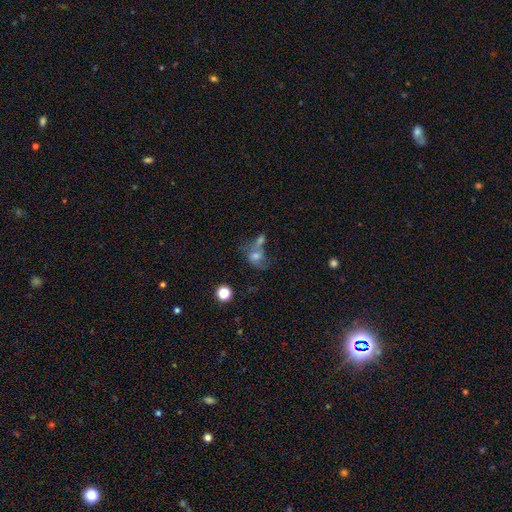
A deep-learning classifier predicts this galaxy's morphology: Overall: smooth (43%; featured or disk 39%). Merging: merger (40%; none 30%).